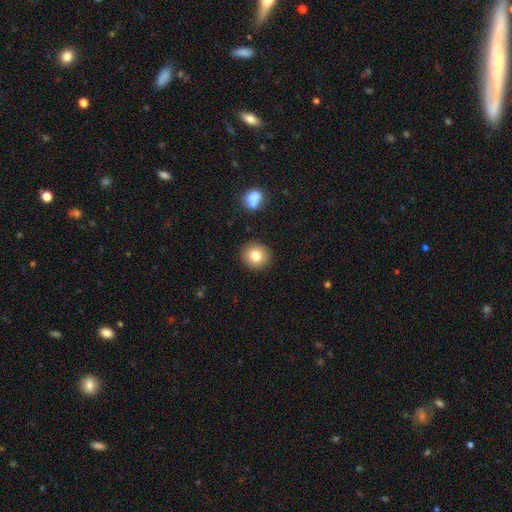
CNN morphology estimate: This appears to be a smooth galaxy with no disk features (79%) that is round (89%). Merging: none (90%).